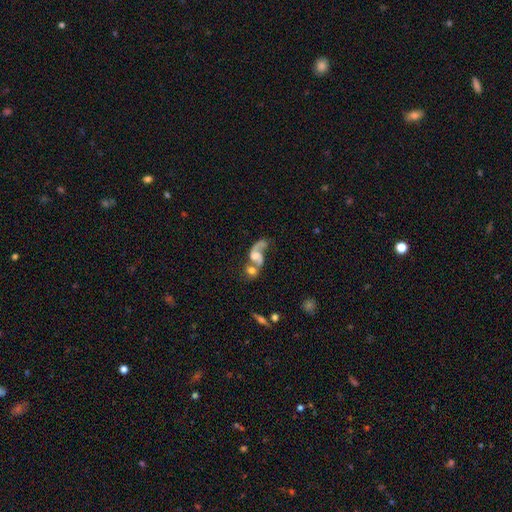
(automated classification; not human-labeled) A featured or disk galaxy (63%) with no bar (66%), spiral arms (77%) and a moderate central bulge (30%). Merging: merger (60%).